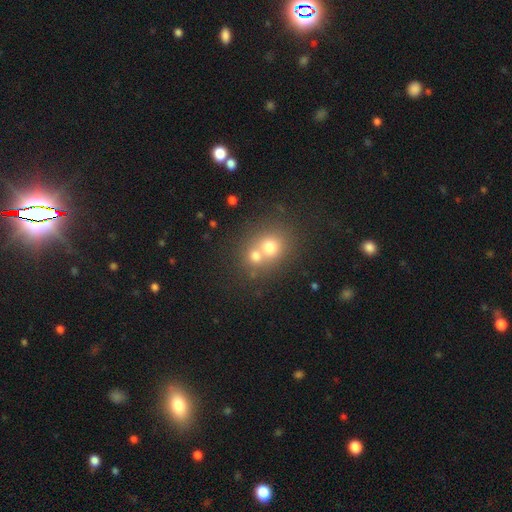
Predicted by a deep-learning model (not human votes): Smooth or featured? Predicted: smooth (p=0.69). How rounded? Predicted: round (p=0.77). Merging? Predicted: merger (p=0.60).